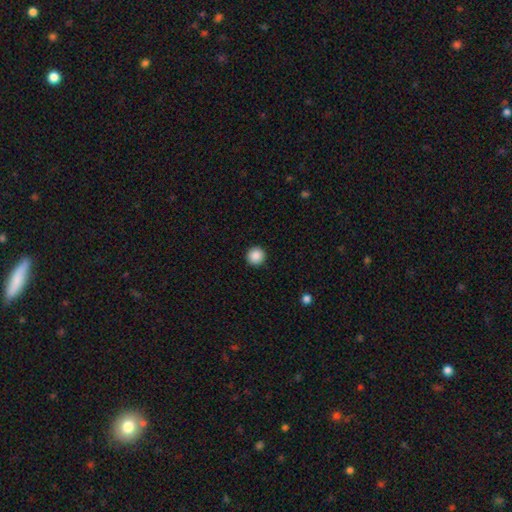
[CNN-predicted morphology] This is clearly a smooth galaxy (88%). How rounded: clearly round (96%). Merging: clearly none (93%).